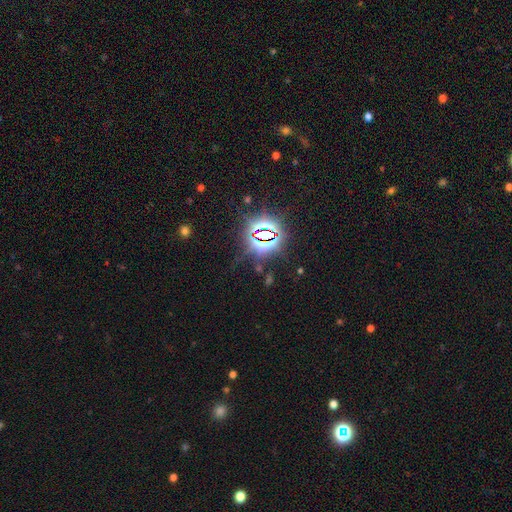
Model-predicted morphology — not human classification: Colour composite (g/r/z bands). It shows a star or artifact, not a galaxy (83%).